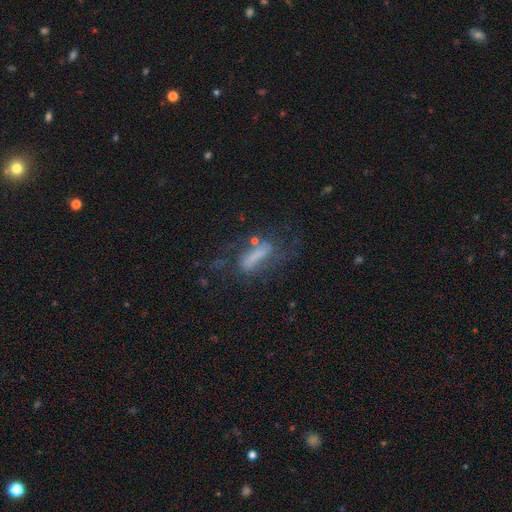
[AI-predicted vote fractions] Smooth or featured?
  - featured or disk: 47% *
  - smooth: 37%
  - star or artifact: 16%
Merging?
  - none: 46% *
  - major disturbance: 28%
  - minor disturbance: 21%
  - merger: 5%